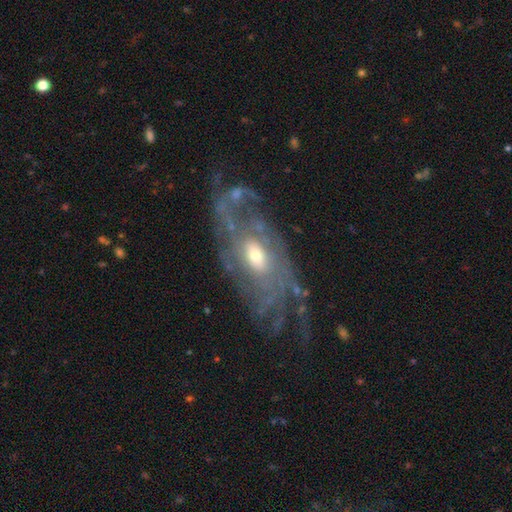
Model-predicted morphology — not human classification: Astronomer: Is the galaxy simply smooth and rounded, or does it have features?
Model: featured or disk — 82%.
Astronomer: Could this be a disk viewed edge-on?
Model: no — 93%.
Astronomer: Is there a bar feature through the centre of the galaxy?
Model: no — 67%.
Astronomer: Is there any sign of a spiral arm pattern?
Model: yes — 81%.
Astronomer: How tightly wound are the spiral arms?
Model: tight — 46% (runner-up: medium, 33%).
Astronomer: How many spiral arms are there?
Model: can't tell — 45% (runner-up: 2, 22%).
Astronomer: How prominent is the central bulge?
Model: moderate — 47% (runner-up: small, 45%).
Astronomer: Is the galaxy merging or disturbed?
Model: none — 56%.